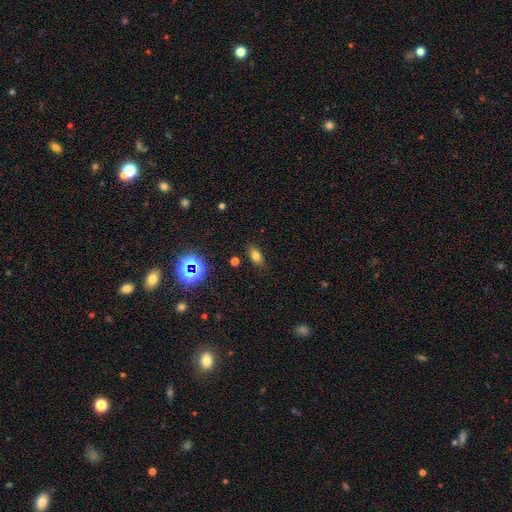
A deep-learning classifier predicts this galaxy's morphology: smooth-or-featured: smooth: 73% | star or artifact: 17% | featured or disk: 10%
  how-rounded: in between: 84% | round: 10% | cigar-shaped: 7%
  merging: none: 85% | minor disturbance: 10% | major disturbance: 3% | merger: 2%